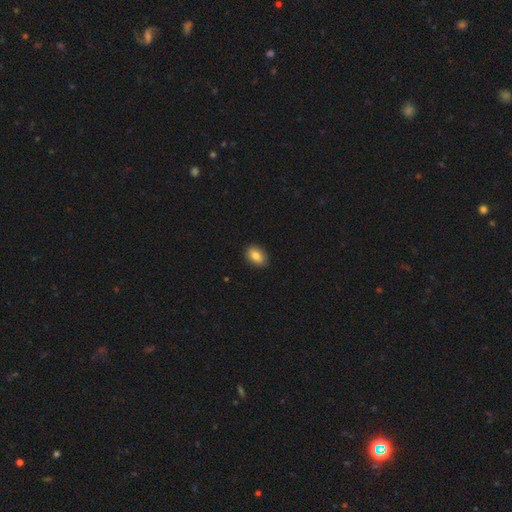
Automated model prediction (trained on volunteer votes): smooth 82%, featured or disk 11%, star or artifact 8%. Down the decision tree: how rounded — in between (84%); merging — none (86%).